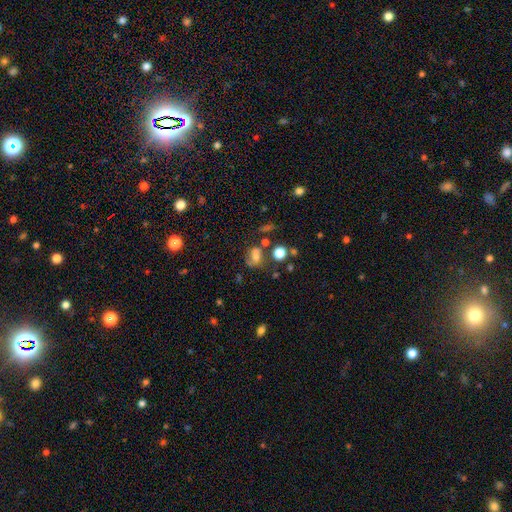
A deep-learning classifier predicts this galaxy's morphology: Smooth or featured? Predicted: smooth (p=0.51). How rounded? Predicted: round (p=0.50). Merging? Predicted: none (p=0.50).